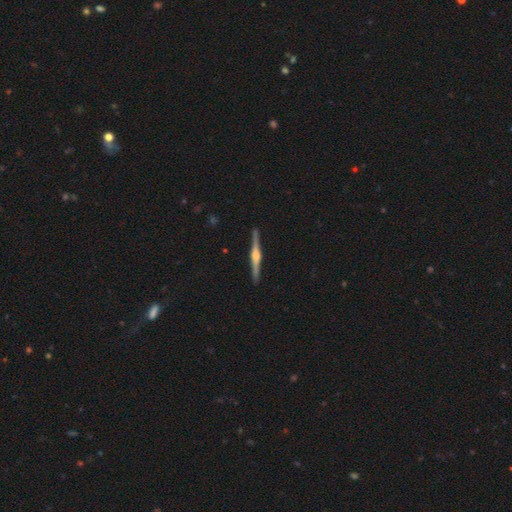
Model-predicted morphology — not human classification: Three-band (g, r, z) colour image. It shows a featured or disk galaxy (83%) viewed edge-on (99%) with a rounded central bulge (88%). Merging: none (92%).